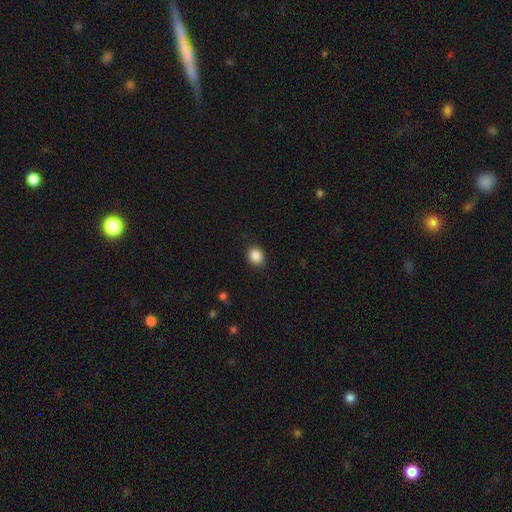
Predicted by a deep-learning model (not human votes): Smooth or featured?
  - smooth: 87% *
  - star or artifact: 9%
  - featured or disk: 3%
How rounded?
  - round: 63% *
  - in between: 36%
  - cigar-shaped: 1%
Merging?
  - none: 88% *
  - minor disturbance: 8%
  - major disturbance: 3%
  - merger: 1%